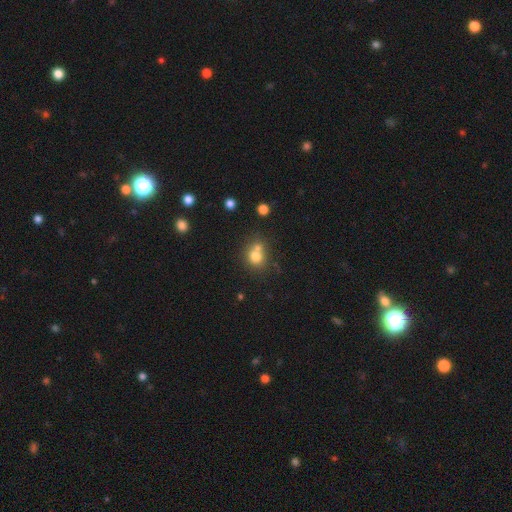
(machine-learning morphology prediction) This is likely a smooth galaxy (75%). How rounded: likely round (76%). Merging: marginally merger (43%, tied with none).